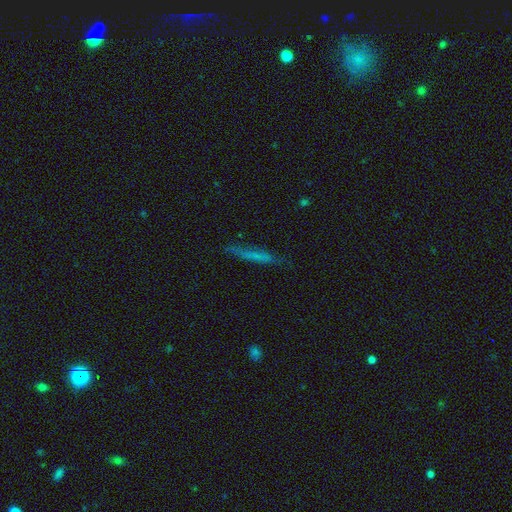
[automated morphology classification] A smooth galaxy with no disk features (55%) that is cigar-shaped (94%). Merging: none (79%).